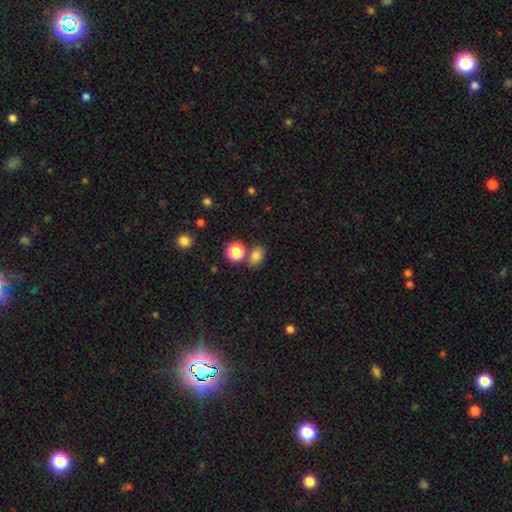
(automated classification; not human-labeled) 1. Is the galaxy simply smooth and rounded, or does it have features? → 79% smooth, 15% star or artifact, 7% featured or disk.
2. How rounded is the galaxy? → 61% in between, 37% round, 2% cigar-shaped.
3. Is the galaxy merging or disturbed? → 67% none, 17% merger, 12% minor disturbance, 4% major disturbance.